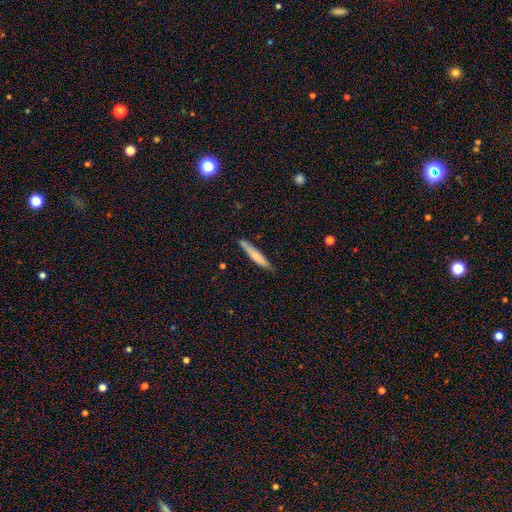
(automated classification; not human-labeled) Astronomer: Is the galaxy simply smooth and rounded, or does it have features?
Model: smooth — 70%.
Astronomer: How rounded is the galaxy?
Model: cigar-shaped — 92%.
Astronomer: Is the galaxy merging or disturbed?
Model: none — 81%.